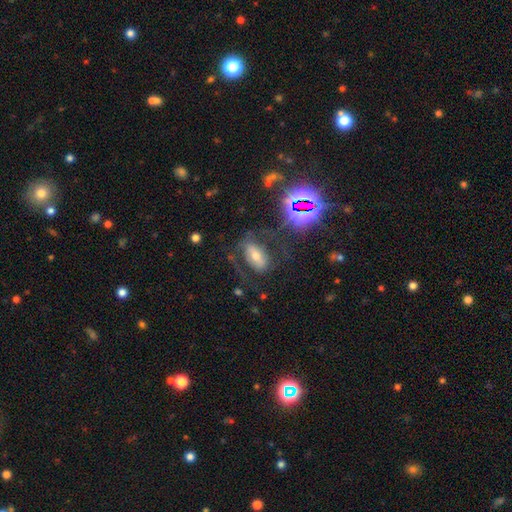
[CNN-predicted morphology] smooth_or_featured: featured or disk (p=0.42) [alt: smooth p=0.33]
merging: none (p=0.59) [alt: major disturbance p=0.21]